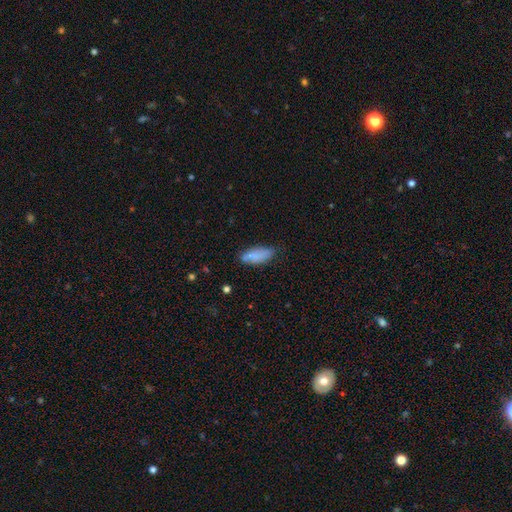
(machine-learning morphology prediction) Overall: smooth (81%). How rounded: in between (78%). Merging: none (68%).